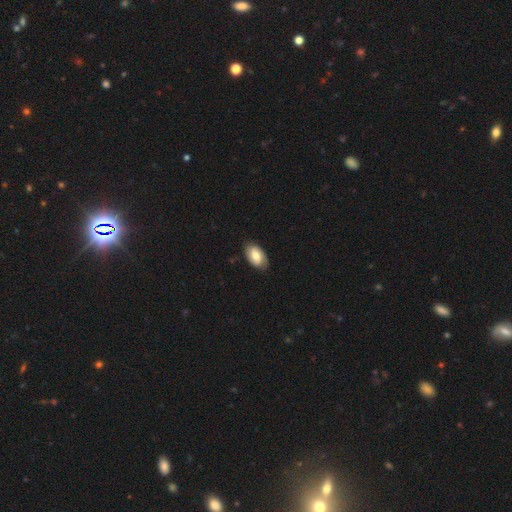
Overall: smooth (51%; featured or disk 44%). How rounded: in between (85%). Merging: none (84%).